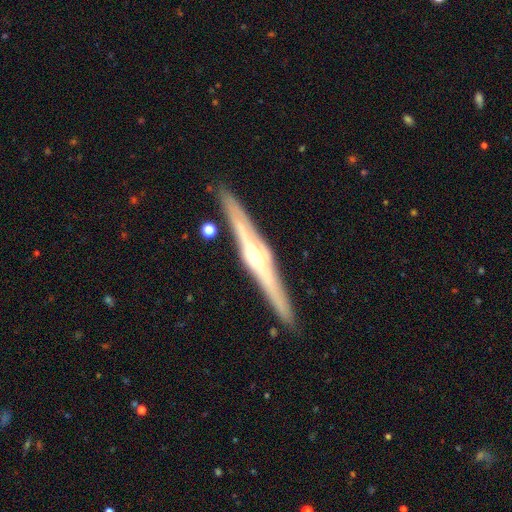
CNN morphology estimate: Q: Smooth or featured?
A: featured or disk (81%); runner-up: smooth (13%)
Q: Edge-on disk?
A: yes (97%); runner-up: no (3%)
Q: Edge-on bulge?
A: rounded (80%); runner-up: boxy (14%)
Q: Merging?
A: none (90%); runner-up: minor disturbance (7%)